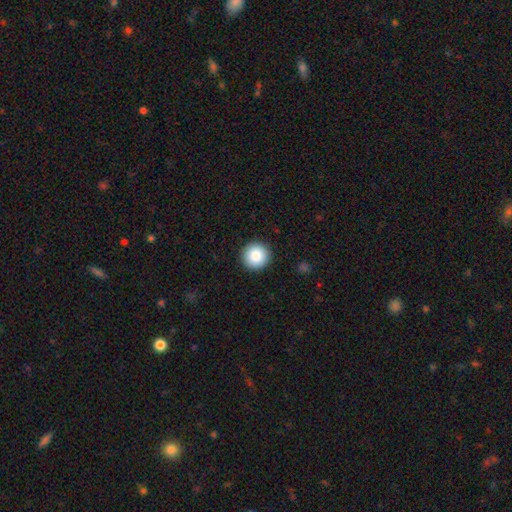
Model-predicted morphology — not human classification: smooth-or-featured: smooth: 85% | star or artifact: 8% | featured or disk: 6%
  how-rounded: round: 96% | in between: 3% | cigar-shaped: 1%
  merging: none: 93% | minor disturbance: 5% | major disturbance: 2% | merger: 1%